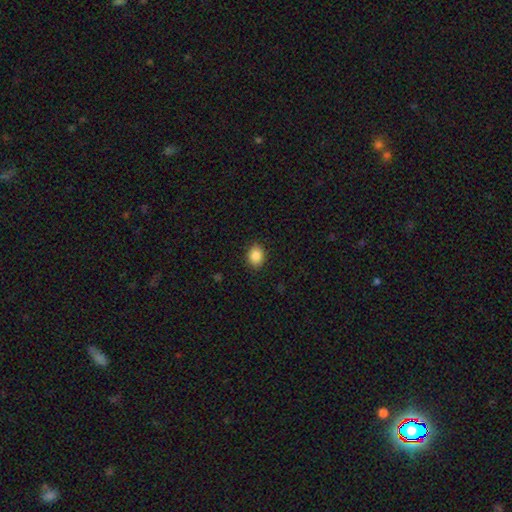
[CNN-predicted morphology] Smooth or featured?
  - smooth: 87% *
  - star or artifact: 9%
  - featured or disk: 4%
How rounded?
  - in between: 54% *
  - round: 46%
  - cigar-shaped: 1%
Merging?
  - none: 88% *
  - minor disturbance: 8%
  - major disturbance: 2%
  - merger: 1%